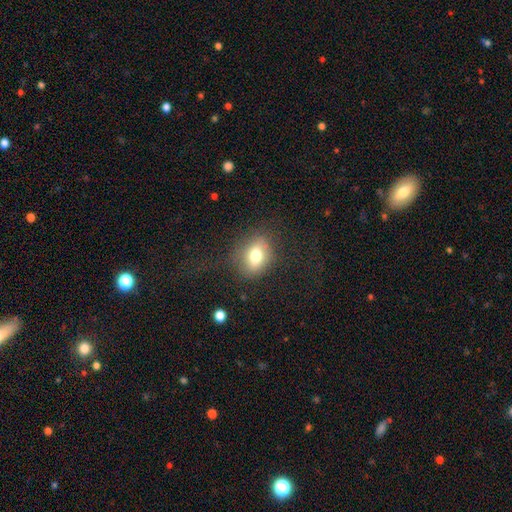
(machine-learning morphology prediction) This appears to be a smooth galaxy with no disk features (73%) that is in between round and cigar-shaped (59%). Merging: none (73%).